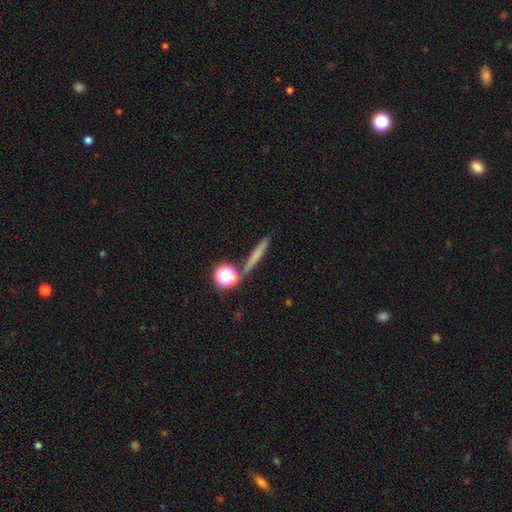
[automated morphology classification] Smooth or featured?
  - smooth: 59% *
  - featured or disk: 27%
  - star or artifact: 15%
How rounded?
  - cigar-shaped: 80% *
  - round: 12%
  - in between: 8%
Merging?
  - none: 79% *
  - minor disturbance: 9%
  - merger: 9%
  - major disturbance: 3%